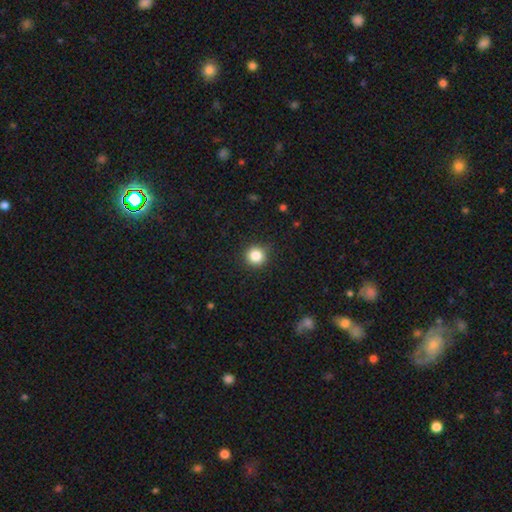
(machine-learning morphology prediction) smooth_or_featured: smooth (p=0.85) [alt: star or artifact p=0.11]
how_rounded: round (p=0.94) [alt: in between p=0.05]
merging: none (p=0.90) [alt: minor disturbance p=0.07]